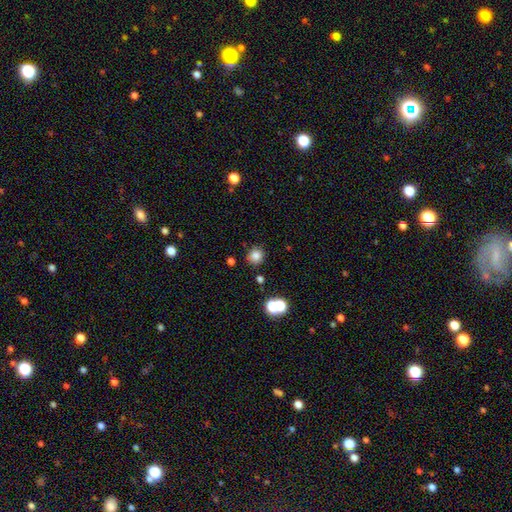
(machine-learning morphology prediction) The model was most divided on "smooth or featured": smooth: 81%, star or artifact: 13%, featured or disk: 6%. More confident: how rounded — round (87%); merging — none (83%).